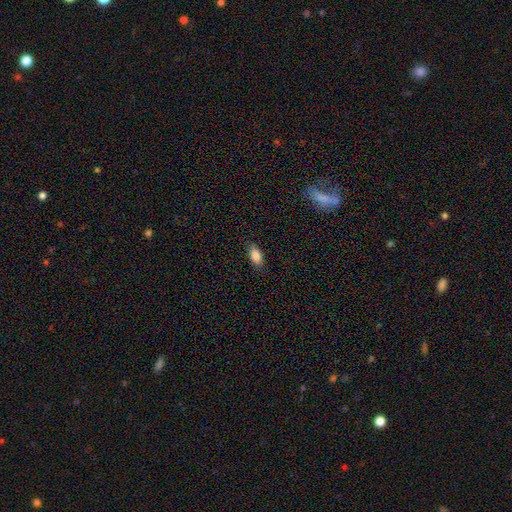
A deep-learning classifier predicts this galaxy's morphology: smooth-or-featured: smooth: 86% | star or artifact: 8% | featured or disk: 6%
  how-rounded: in between: 89% | cigar-shaped: 7% | round: 4%
  merging: none: 86% | minor disturbance: 11% | major disturbance: 2% | merger: 1%